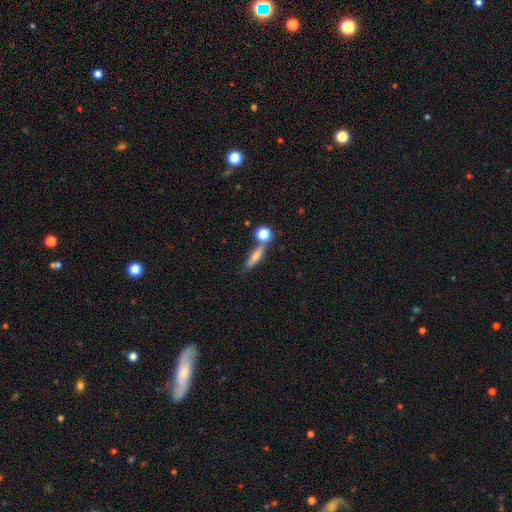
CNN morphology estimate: Smooth or featured? Predicted: smooth (p=0.61). How rounded? Predicted: cigar-shaped (p=0.63). Merging? Predicted: none (p=0.59).